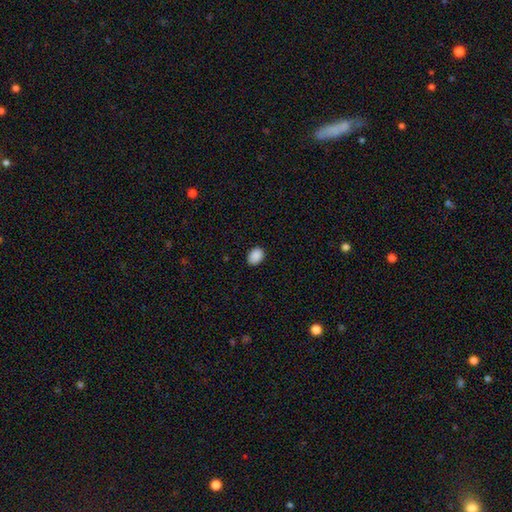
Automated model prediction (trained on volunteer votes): Smooth or featured: smooth — 90% (star or artifact — 8%)
How rounded: in between — 74% (round — 25%)
Merging: none — 87% (minor disturbance — 10%)